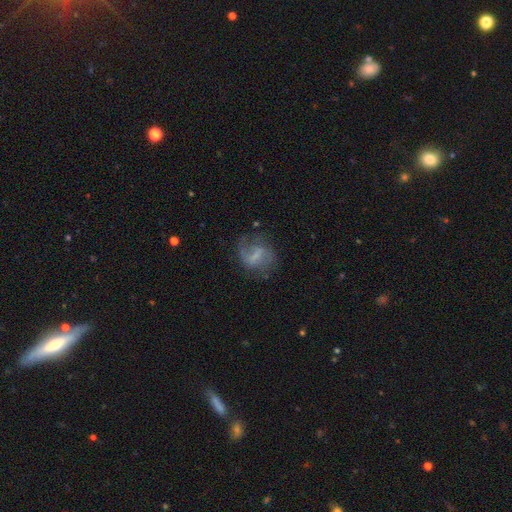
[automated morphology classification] featured or disk 60%, smooth 30%, star or artifact 10%. Down the decision tree: edge-on disk — no (96%); bar — weak (43%); spiral arms — yes (73%); bulge size — none (51%); merging — none (57%).